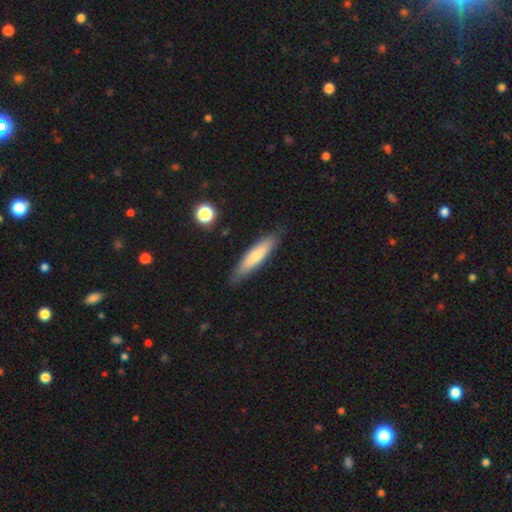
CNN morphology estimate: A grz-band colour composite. It shows a smooth galaxy with no disk features (67%) that is cigar-shaped (76%). Merging: none (84%).